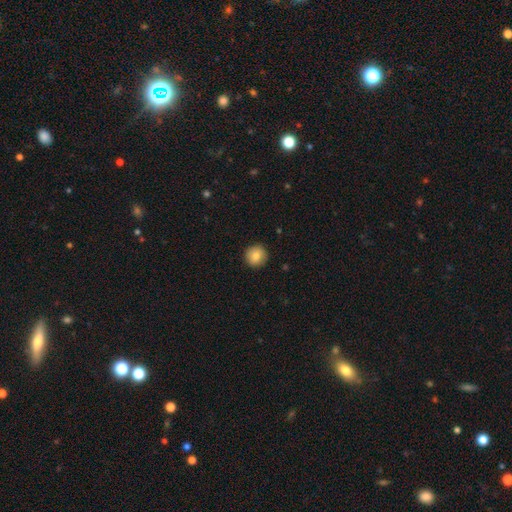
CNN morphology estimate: smooth 83%, featured or disk 9%, star or artifact 8%. Down the decision tree: how rounded — round (94%); merging — none (91%).